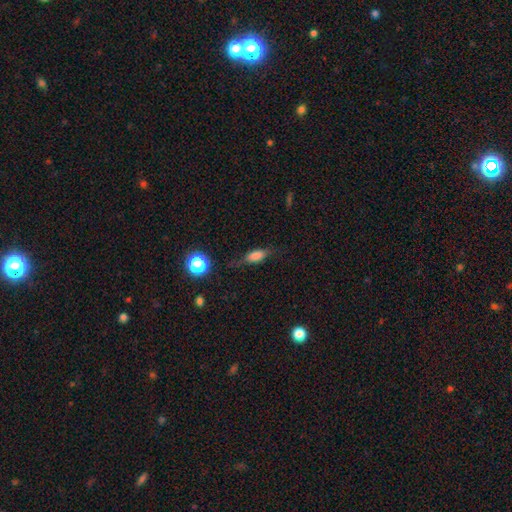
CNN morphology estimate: Smooth or featured?
  - smooth: 66% *
  - featured or disk: 22%
  - star or artifact: 12%
How rounded?
  - in between: 63% *
  - cigar-shaped: 29%
  - round: 8%
Merging?
  - none: 66% *
  - minor disturbance: 23%
  - major disturbance: 9%
  - merger: 2%